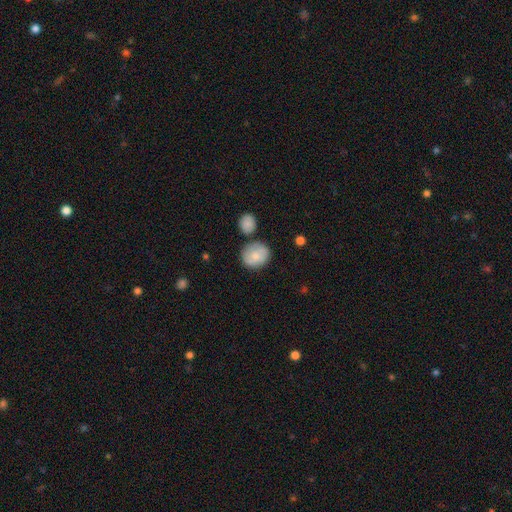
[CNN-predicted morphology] This appears to be a smooth galaxy with no disk features (74%) that is round (73%). Merging: none (69%).